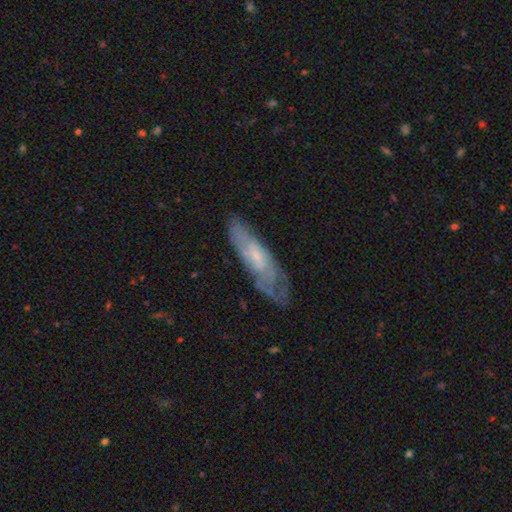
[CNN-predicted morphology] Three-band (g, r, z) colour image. It shows a featured or disk galaxy (63%). Merging: none (60%).